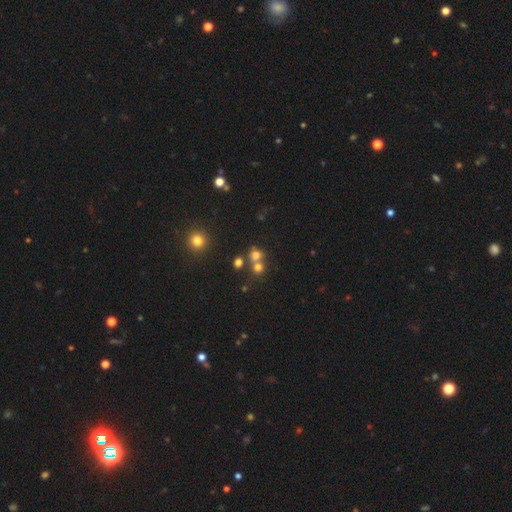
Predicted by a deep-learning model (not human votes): Smooth or featured? Predicted: smooth (p=0.68). How rounded? Predicted: round (p=0.79). Merging? Predicted: none (p=0.45).